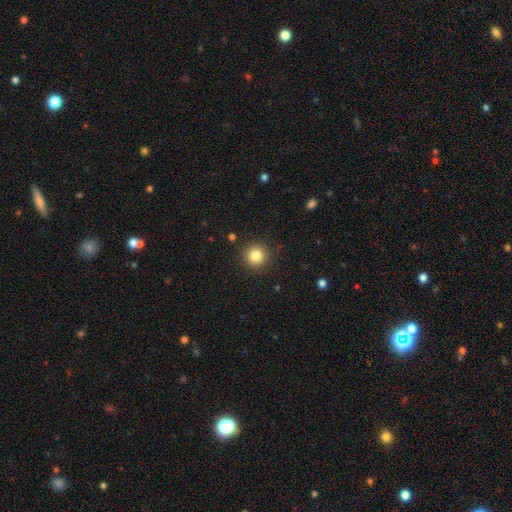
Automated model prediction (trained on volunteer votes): smooth 83%, star or artifact 11%, featured or disk 6%. Down the decision tree: how rounded — round (95%); merging — none (91%).